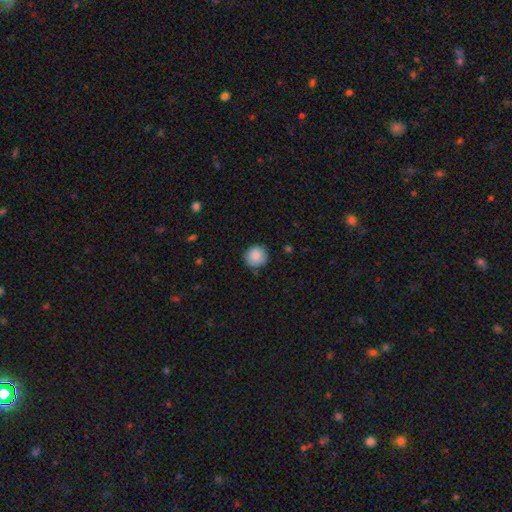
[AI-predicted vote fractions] This appears to be a smooth galaxy with no disk features (88%) that is round (93%). Merging: none (86%).